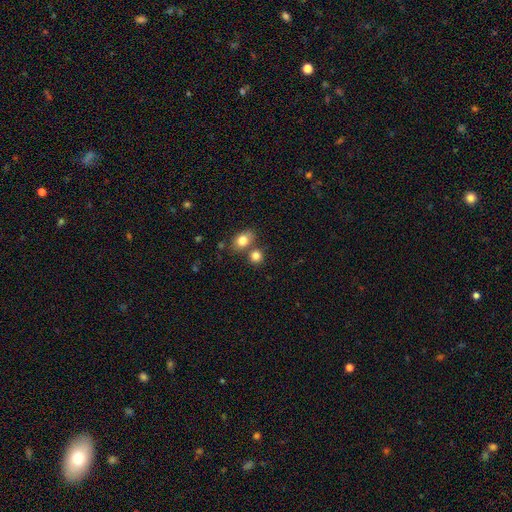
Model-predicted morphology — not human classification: Smooth or featured?
  - smooth: 81% *
  - star or artifact: 10%
  - featured or disk: 8%
How rounded?
  - round: 67% *
  - in between: 32%
  - cigar-shaped: 1%
Merging?
  - none: 59% *
  - merger: 28%
  - minor disturbance: 10%
  - major disturbance: 3%